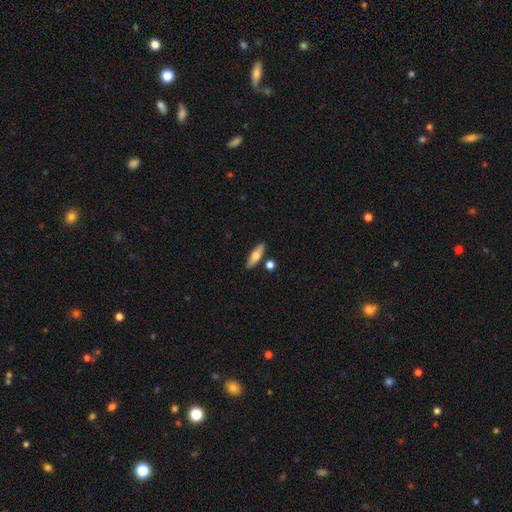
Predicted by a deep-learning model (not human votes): smooth_or_featured: smooth (p=0.70) [alt: featured or disk p=0.24]
how_rounded: in between (p=0.54) [alt: cigar-shaped p=0.43]
merging: none (p=0.83) [alt: minor disturbance p=0.09]